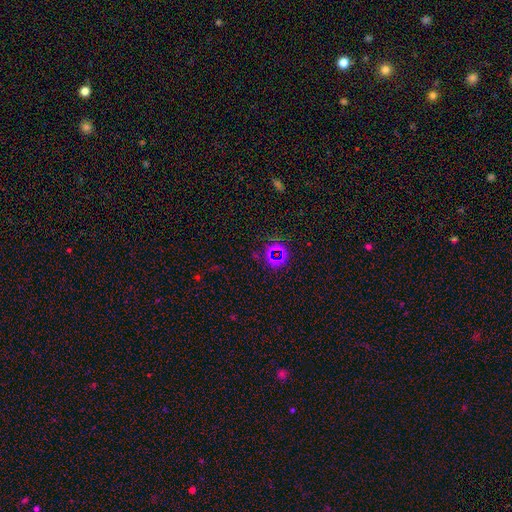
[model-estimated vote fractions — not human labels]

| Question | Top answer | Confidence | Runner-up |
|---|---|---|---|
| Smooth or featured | star or artifact | 67% | smooth (24%) |